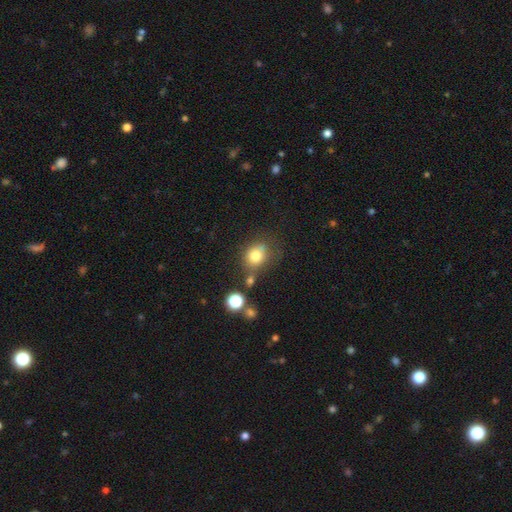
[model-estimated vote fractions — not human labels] The model was most divided on "how rounded": round: 63%, in between: 36%, cigar-shaped: 1%. More confident: smooth or featured — smooth (78%); merging — none (56%).